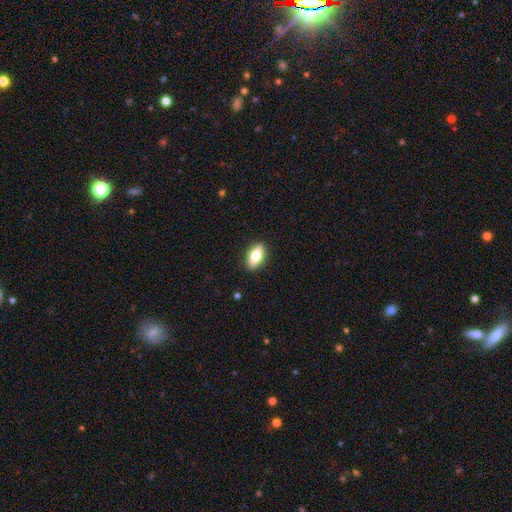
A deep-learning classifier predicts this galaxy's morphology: Smooth or featured?
  - smooth: 66% *
  - featured or disk: 27%
  - star or artifact: 7%
How rounded?
  - in between: 80% *
  - cigar-shaped: 16%
  - round: 5%
Merging?
  - none: 88% *
  - minor disturbance: 9%
  - major disturbance: 2%
  - merger: 1%